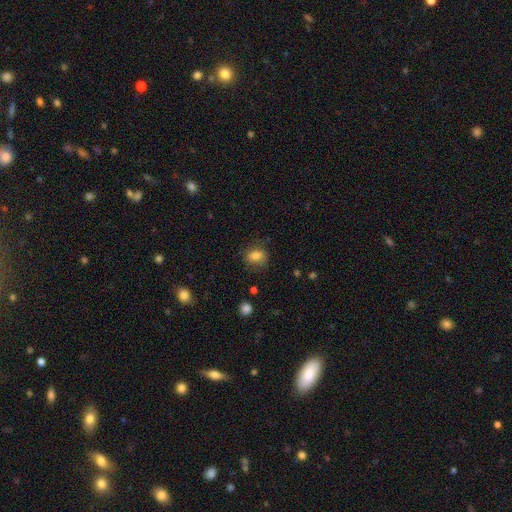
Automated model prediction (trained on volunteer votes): A smooth galaxy with no disk features (80%) that is round (52%).

Vote fractions:
- Smooth or featured? smooth: 80% / star or artifact: 10% / featured or disk: 9%
- How rounded? round: 52% / in between: 47% / cigar-shaped: 1%
- Merging? none: 74% / minor disturbance: 18% / major disturbance: 6% / merger: 1%